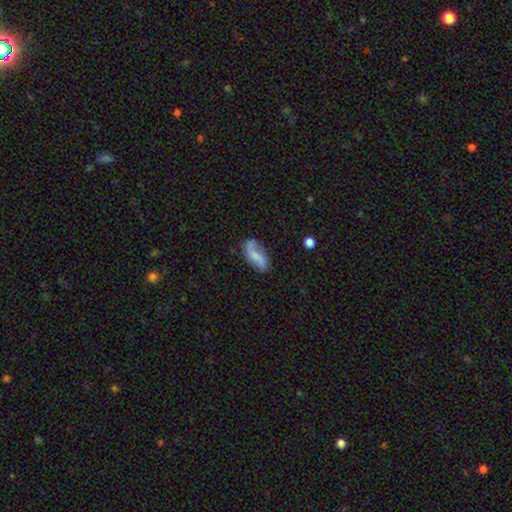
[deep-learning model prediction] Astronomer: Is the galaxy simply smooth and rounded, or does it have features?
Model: smooth — 47% (runner-up: featured or disk, 45%).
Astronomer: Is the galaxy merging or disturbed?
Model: none — 61%.